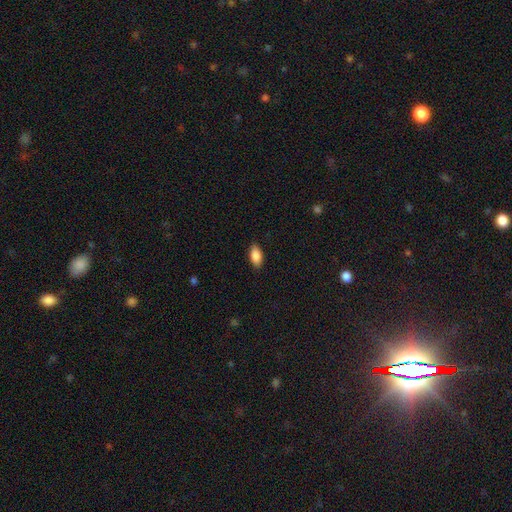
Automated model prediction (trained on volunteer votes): A smooth galaxy with no disk features (88%) that is in between round and cigar-shaped (91%). Merging: none (88%).